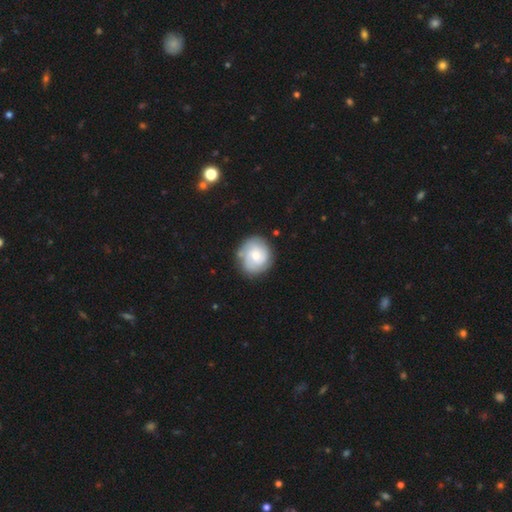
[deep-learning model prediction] smooth_or_featured: featured or disk (p=0.50) [alt: smooth p=0.44]
merging: none (p=0.77) [alt: minor disturbance p=0.16]